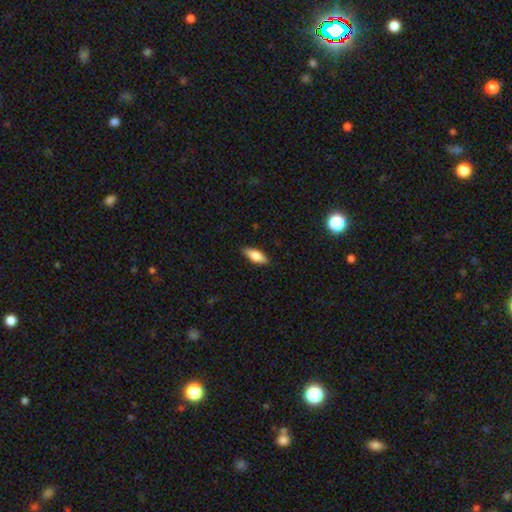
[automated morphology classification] This is likely a smooth galaxy (74%). How rounded: likely in between (73%). Merging: clearly none (87%).